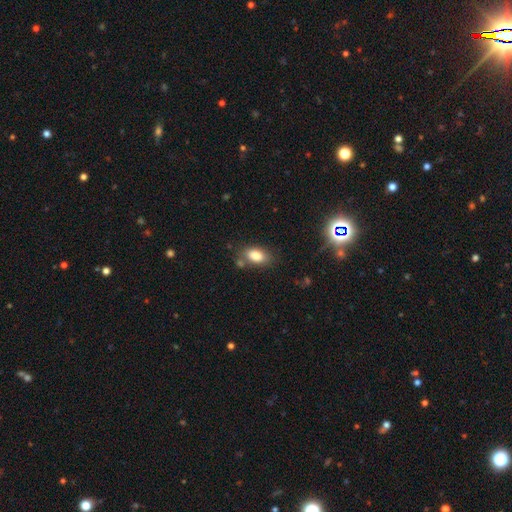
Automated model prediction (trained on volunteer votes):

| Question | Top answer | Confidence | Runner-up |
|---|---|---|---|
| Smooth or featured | smooth | 82% | star or artifact (9%) |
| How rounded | in between | 88% | round (9%) |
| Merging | none | 69% | minor disturbance (16%) |